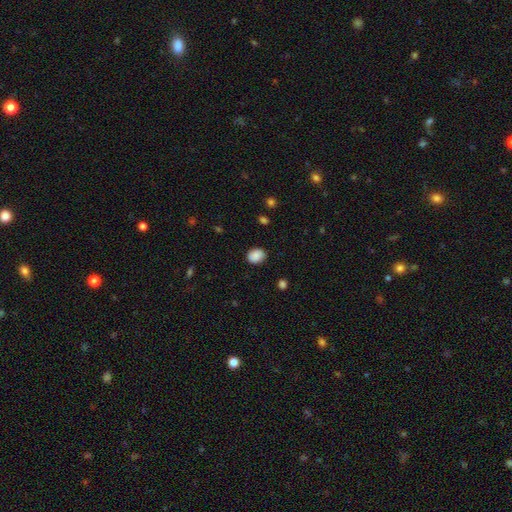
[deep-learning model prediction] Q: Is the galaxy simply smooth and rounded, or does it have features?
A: smooth — 87%.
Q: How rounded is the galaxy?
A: in between — 51%.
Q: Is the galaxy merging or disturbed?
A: none — 85%.